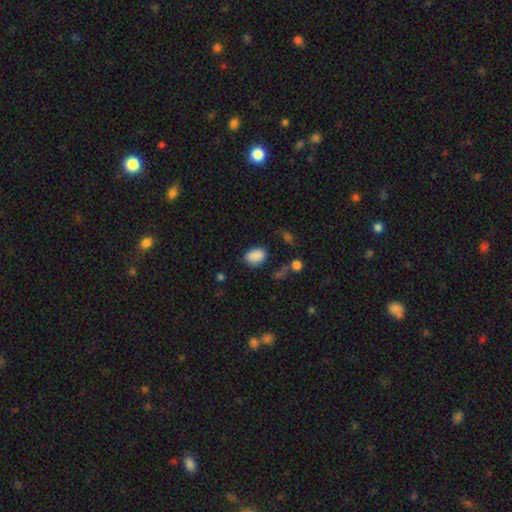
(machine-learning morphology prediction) Q: Smooth or featured?
A: smooth (87%); runner-up: star or artifact (9%)
Q: How rounded?
A: in between (82%); runner-up: round (17%)
Q: Merging?
A: none (76%); runner-up: minor disturbance (16%)